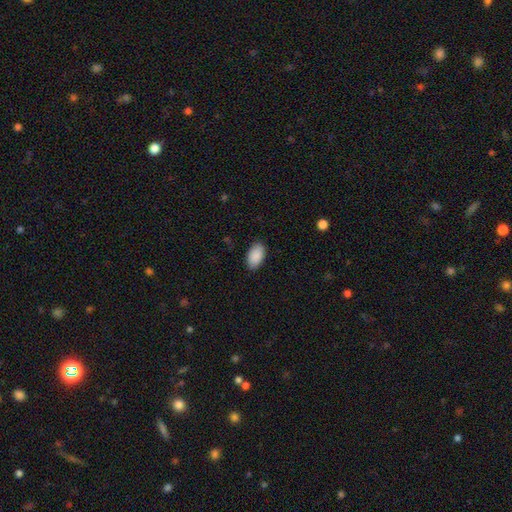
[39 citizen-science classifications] A smooth galaxy with no disk features (97%) that is in between round and cigar-shaped (89%).

Vote fractions:
- Smooth or featured? smooth: 97% / star or artifact: 3% / featured or disk: 0%
- How rounded? in between: 89% / round: 8% / cigar-shaped: 3%
- Merging? none: 89% / minor disturbance: 5% / major disturbance: 5% / merger: 0%